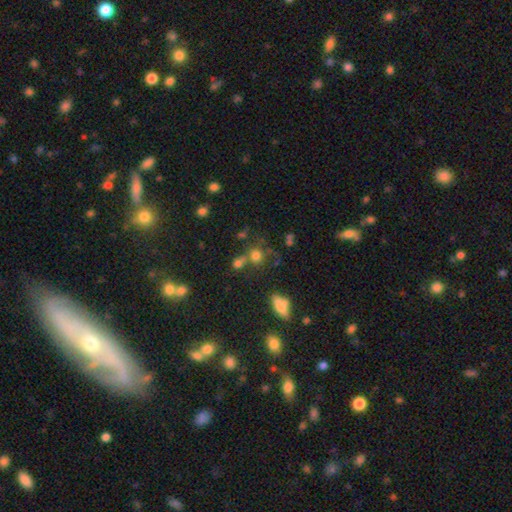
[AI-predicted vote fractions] A smooth galaxy with no disk features (71%) that is round (81%).

Vote fractions:
- Smooth or featured? smooth: 71% / star or artifact: 18% / featured or disk: 10%
- How rounded? round: 81% / in between: 18% / cigar-shaped: 2%
- Merging? none: 56% / merger: 26% / minor disturbance: 12% / major disturbance: 7%